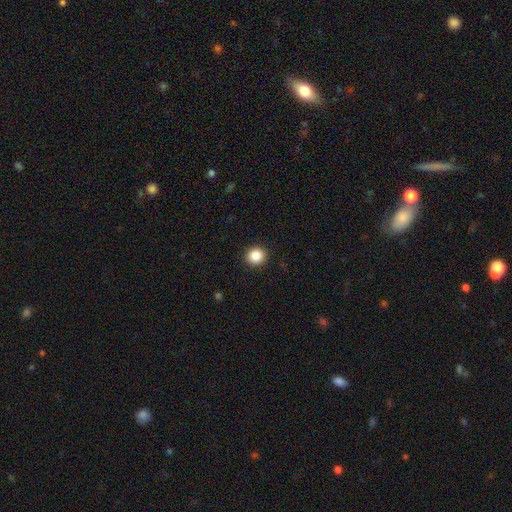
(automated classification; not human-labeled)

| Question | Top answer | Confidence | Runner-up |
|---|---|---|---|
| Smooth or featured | smooth | 87% | star or artifact (10%) |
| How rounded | round | 89% | in between (10%) |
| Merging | none | 92% | minor disturbance (5%) |